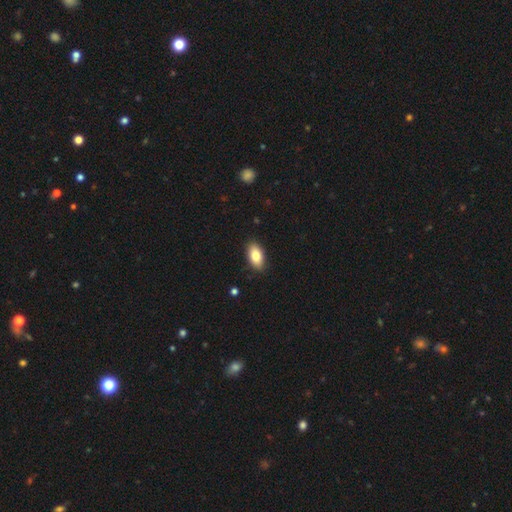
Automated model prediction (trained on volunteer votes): Morphology: type=smooth (83%); roundness=in between (92%); merging=none (88%).